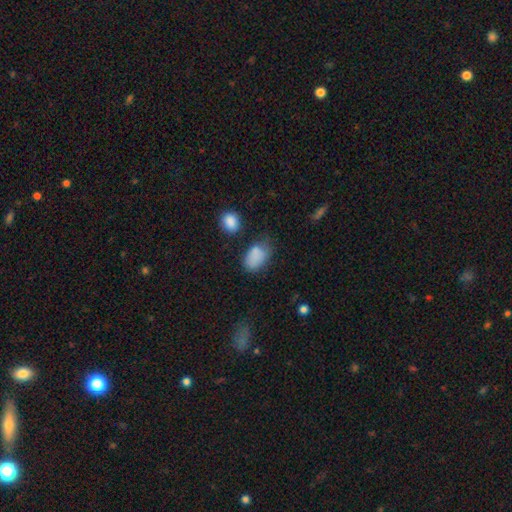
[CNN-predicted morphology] smooth 83%, star or artifact 10%, featured or disk 7%. Down the decision tree: how rounded — in between (87%); merging — none (50%).